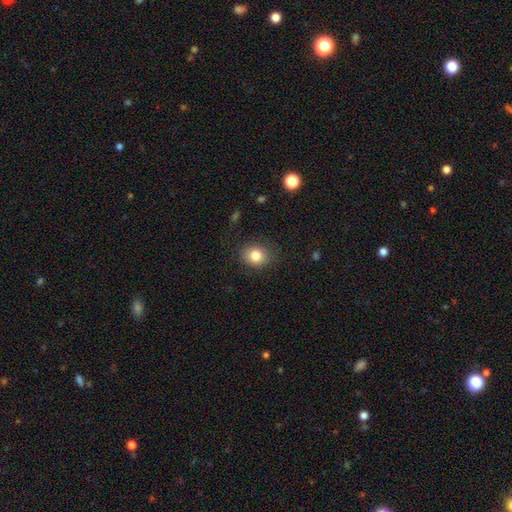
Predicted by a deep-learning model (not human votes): Smooth or featured? smooth (82%)
How rounded? round (65%)
Merging? none (85%)